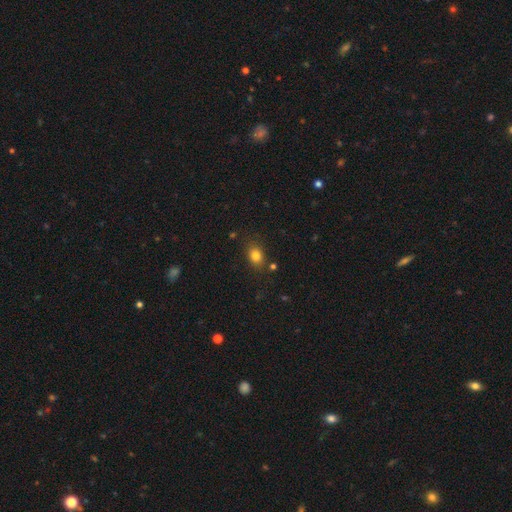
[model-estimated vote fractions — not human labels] Smooth or featured? smooth (81%)
How rounded? in between (59%)
Merging? none (80%)